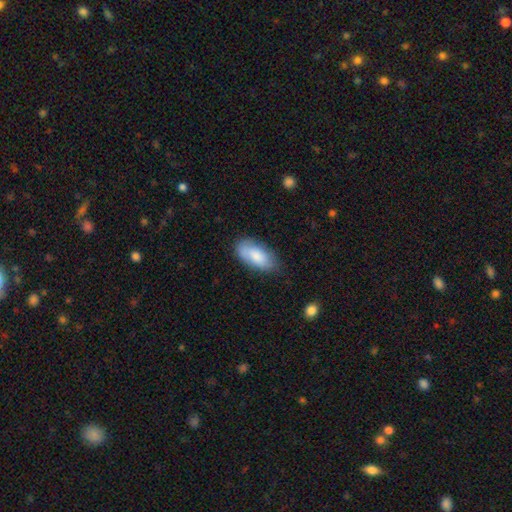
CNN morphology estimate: Smooth or featured?
  - smooth: 80% *
  - featured or disk: 14%
  - star or artifact: 6%
How rounded?
  - in between: 92% *
  - cigar-shaped: 5%
  - round: 2%
Merging?
  - none: 73% *
  - minor disturbance: 20%
  - major disturbance: 5%
  - merger: 2%